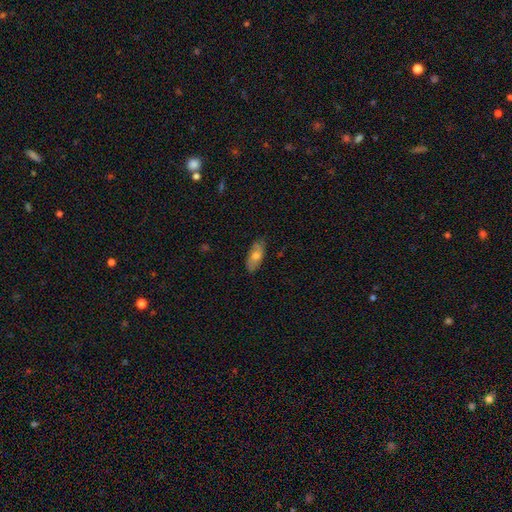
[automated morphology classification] Smooth or featured? smooth (65%)
How rounded? in between (84%)
Merging? none (83%)